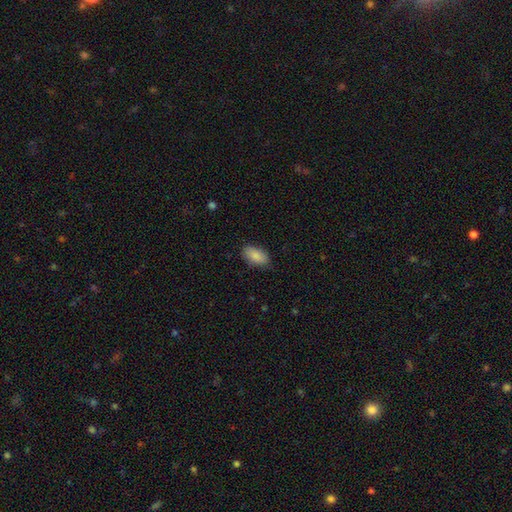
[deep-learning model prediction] smooth 87%, star or artifact 7%, featured or disk 6%. Down the decision tree: how rounded — in between (93%); merging — none (80%).